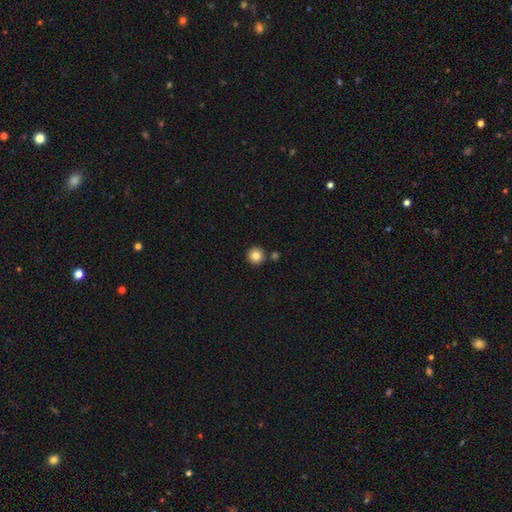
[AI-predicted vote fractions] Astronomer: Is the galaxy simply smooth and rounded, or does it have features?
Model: smooth — 84%.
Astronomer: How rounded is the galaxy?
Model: round — 96%.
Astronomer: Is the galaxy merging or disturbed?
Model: none — 87%.